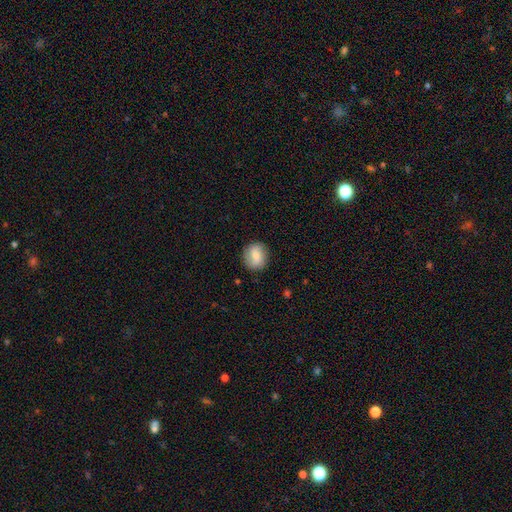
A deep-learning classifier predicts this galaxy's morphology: A smooth galaxy with no disk features (74%) that is round (74%).

Vote fractions:
- Smooth or featured? smooth: 74% / featured or disk: 18% / star or artifact: 8%
- How rounded? round: 74% / in between: 25% / cigar-shaped: 1%
- Merging? none: 83% / minor disturbance: 12% / major disturbance: 3% / merger: 1%